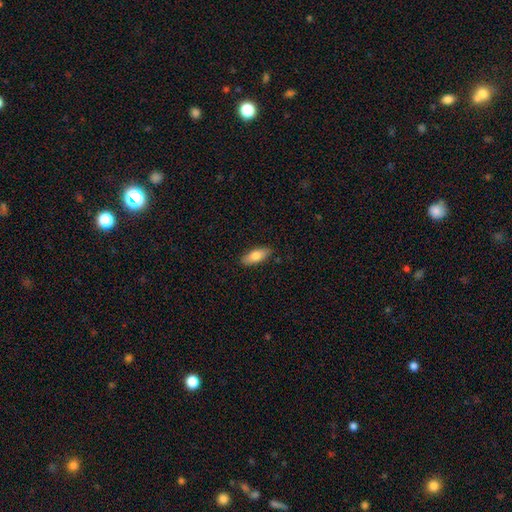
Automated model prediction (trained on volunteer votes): Smooth or featured?
  - smooth: 78% *
  - featured or disk: 16%
  - star or artifact: 6%
How rounded?
  - in between: 79% *
  - cigar-shaped: 19%
  - round: 2%
Merging?
  - none: 87% *
  - minor disturbance: 10%
  - major disturbance: 2%
  - merger: 1%